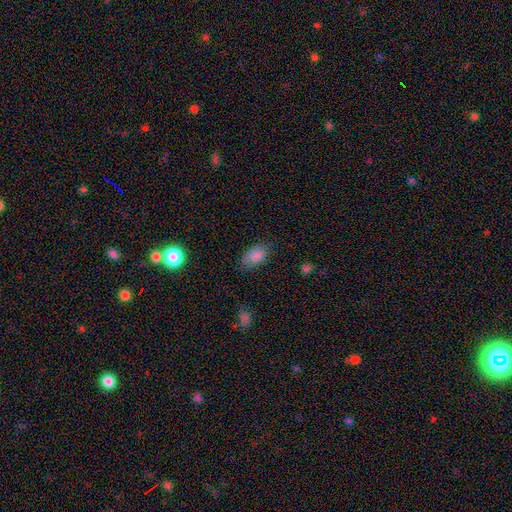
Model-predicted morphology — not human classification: The model was most divided on "merging": none: 75%, minor disturbance: 19%, major disturbance: 5%, merger: 1%. More confident: how rounded — in between (90%); smooth or featured — smooth (85%).